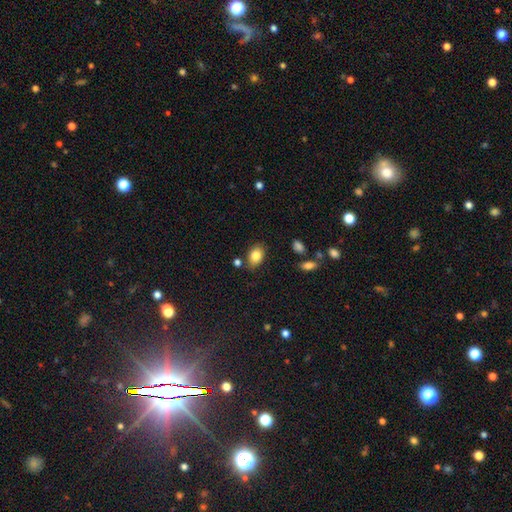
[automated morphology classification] smooth 84%, star or artifact 8%, featured or disk 8%. Down the decision tree: how rounded — in between (82%); merging — none (77%).